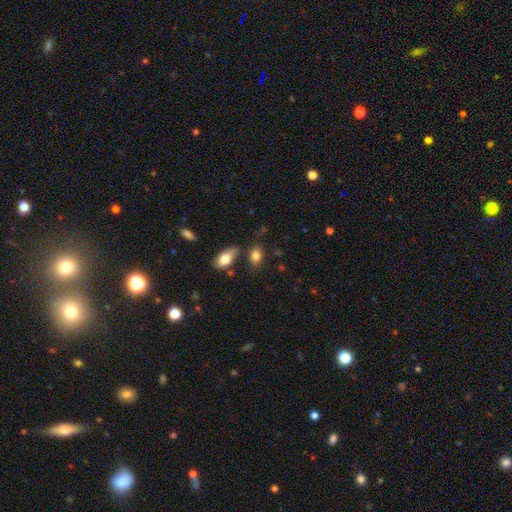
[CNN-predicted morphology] smooth-or-featured: smooth: 83% | star or artifact: 9% | featured or disk: 8%
  how-rounded: in between: 82% | round: 16% | cigar-shaped: 2%
  merging: none: 68% | minor disturbance: 17% | merger: 11% | major disturbance: 5%